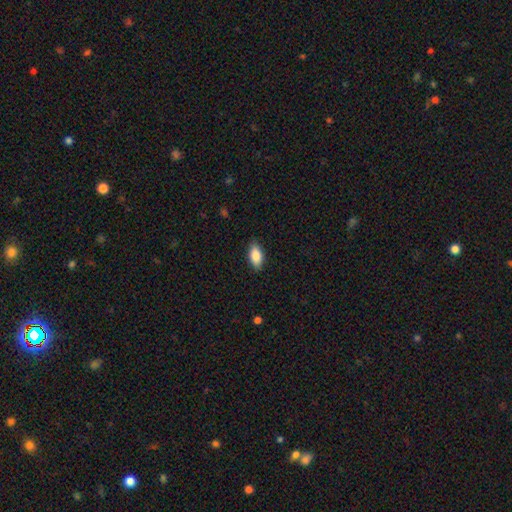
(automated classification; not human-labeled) Morphology: type=smooth (85%); roundness=in between (90%); merging=none (87%).